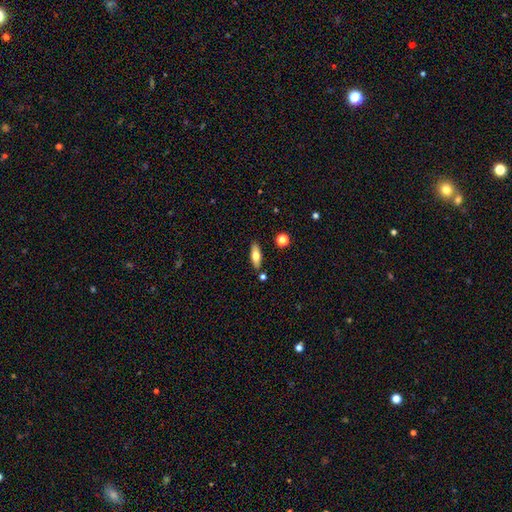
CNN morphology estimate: This appears to be a smooth galaxy with no disk features (64%) that is in between round and cigar-shaped (63%). Merging: none (84%).